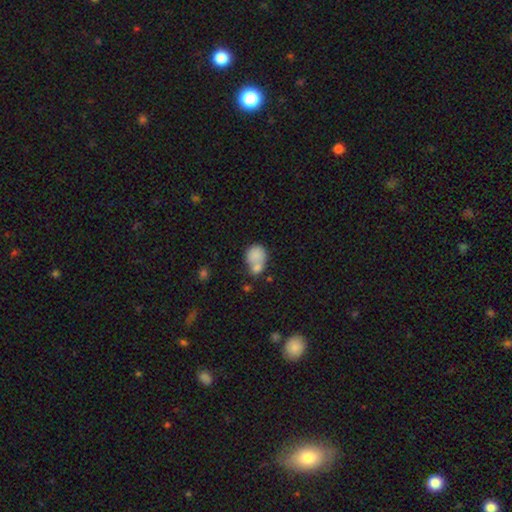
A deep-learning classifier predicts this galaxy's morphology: A smooth galaxy with no disk features (78%) that is round (51%).

Vote fractions:
- Smooth or featured? smooth: 78% / featured or disk: 13% / star or artifact: 9%
- How rounded? round: 51% / in between: 47% / cigar-shaped: 1%
- Merging? merger: 52% / none: 29% / minor disturbance: 13% / major disturbance: 7%